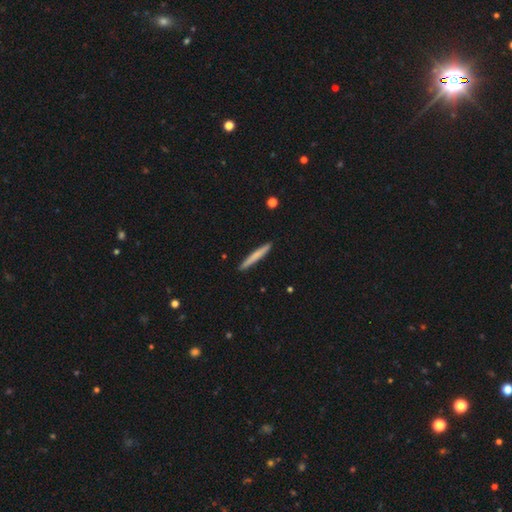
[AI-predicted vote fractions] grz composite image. It shows a smooth galaxy with no disk features (69%) that is cigar-shaped (97%). Merging: none (91%).